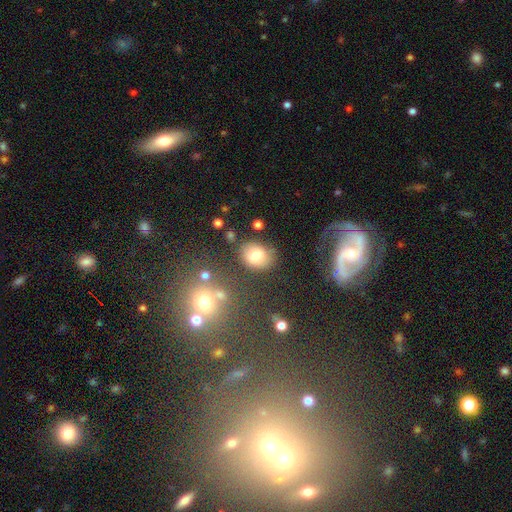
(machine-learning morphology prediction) Smooth or featured? smooth (78%)
How rounded? in between (53%)
Merging? none (73%)